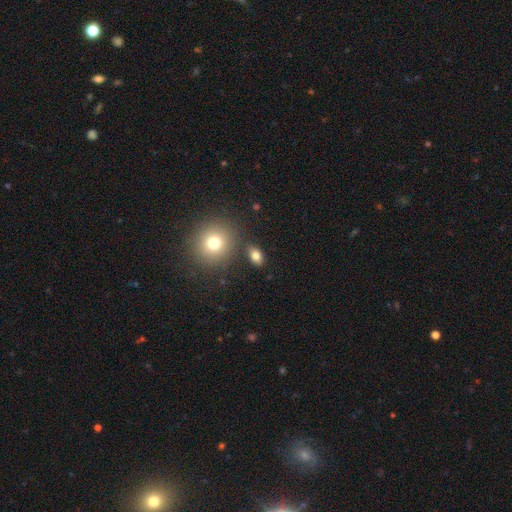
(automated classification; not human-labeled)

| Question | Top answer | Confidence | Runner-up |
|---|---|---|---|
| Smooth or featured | smooth | 80% | star or artifact (11%) |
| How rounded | in between | 80% | round (17%) |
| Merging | none | 82% | minor disturbance (9%) |